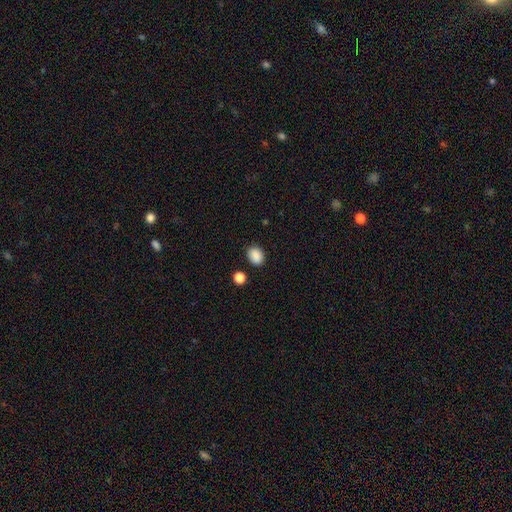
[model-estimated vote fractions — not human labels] smooth 88%, star or artifact 9%, featured or disk 3%. Down the decision tree: how rounded — in between (55%); merging — none (83%).